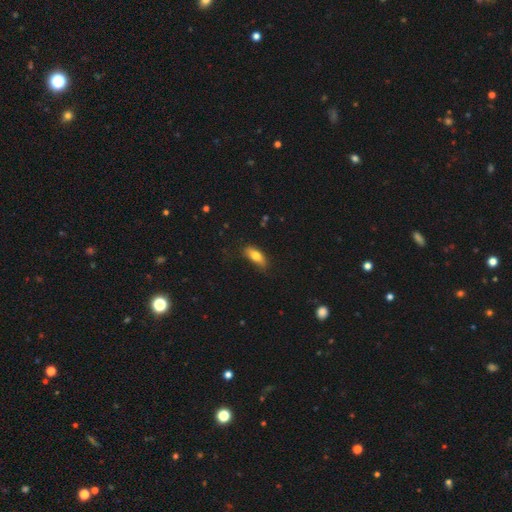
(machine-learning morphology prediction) Overall: smooth (74%). How rounded: in between (72%). Merging: none (73%).